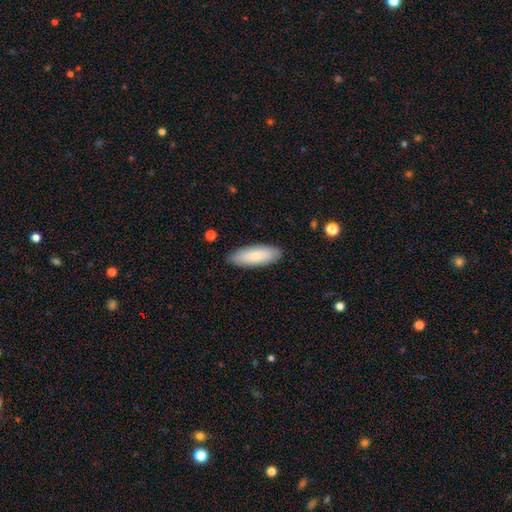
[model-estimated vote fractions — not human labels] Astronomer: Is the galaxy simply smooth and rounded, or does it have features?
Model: smooth — 83%.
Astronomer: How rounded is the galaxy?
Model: in between — 63%.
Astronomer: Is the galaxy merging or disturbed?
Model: none — 87%.